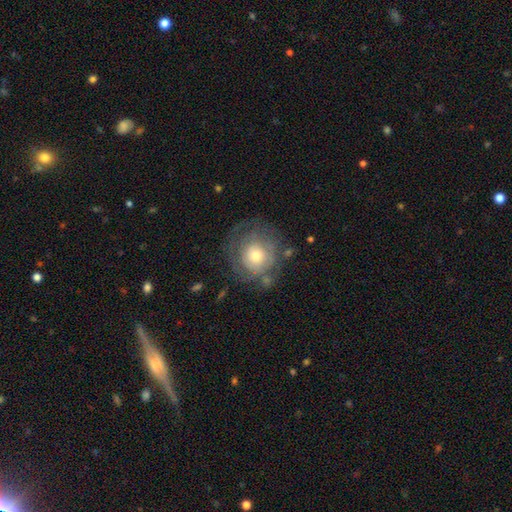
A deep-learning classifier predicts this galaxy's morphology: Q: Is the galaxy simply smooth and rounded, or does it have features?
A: featured or disk — 48%.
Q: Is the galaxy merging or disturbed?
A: none — 64%.